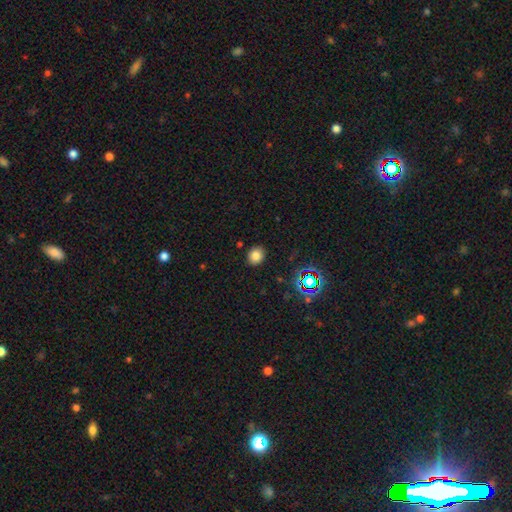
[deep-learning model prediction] Overall: smooth (78%). How rounded: round (70%). Merging: none (89%).